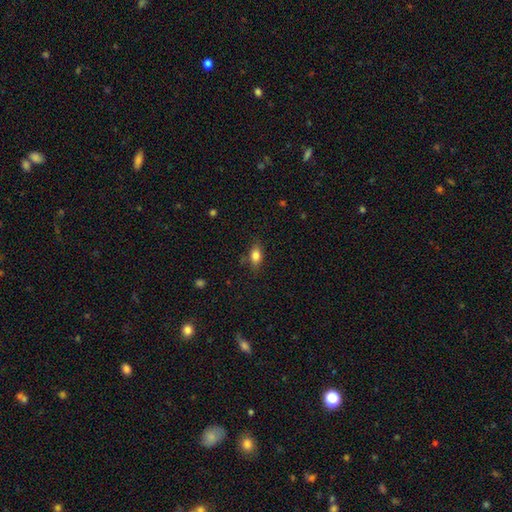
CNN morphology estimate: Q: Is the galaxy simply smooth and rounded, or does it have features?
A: smooth — 82%.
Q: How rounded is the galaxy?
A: in between — 82%.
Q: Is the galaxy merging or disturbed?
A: none — 79%.